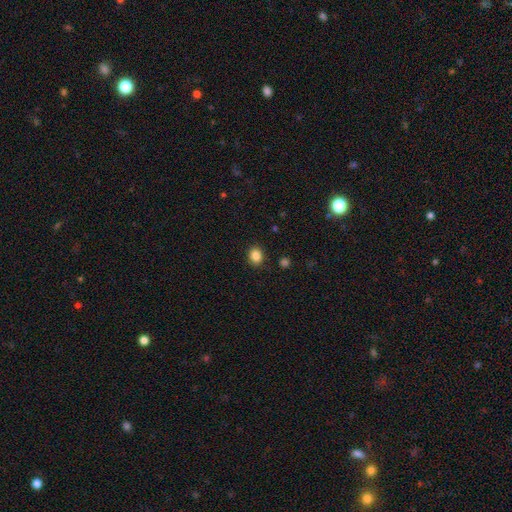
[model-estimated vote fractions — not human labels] smooth_or_featured: smooth (p=0.86) [alt: star or artifact p=0.10]
how_rounded: round (p=0.59) [alt: in between p=0.40]
merging: none (p=0.89) [alt: minor disturbance p=0.08]